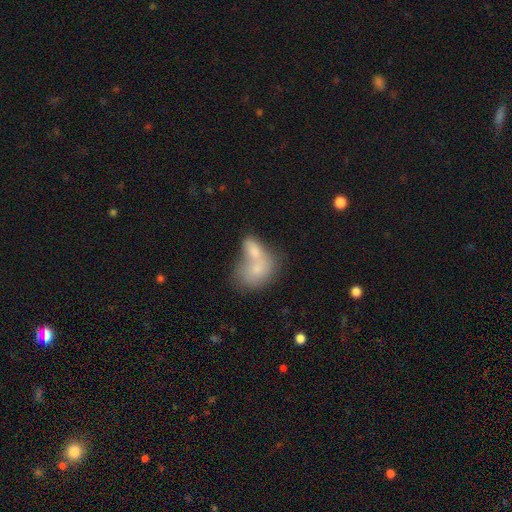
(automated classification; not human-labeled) smooth-or-featured: smooth: 72% | featured or disk: 19% | star or artifact: 9%
  how-rounded: in between: 75% | round: 22% | cigar-shaped: 3%
  merging: merger: 70% | none: 18% | minor disturbance: 7% | major disturbance: 5%